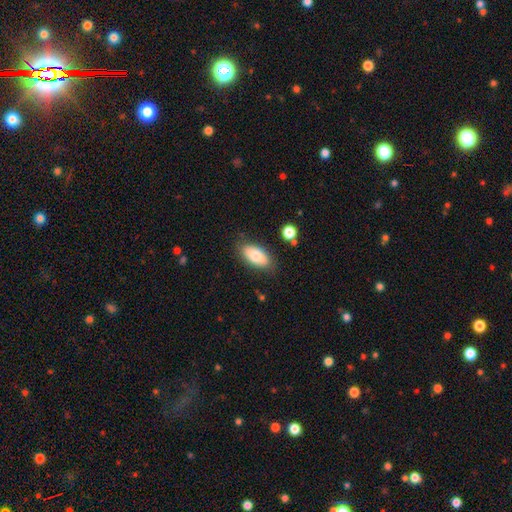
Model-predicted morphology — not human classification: A smooth galaxy with no disk features (74%) that is in between round and cigar-shaped (92%). Merging: none (82%).